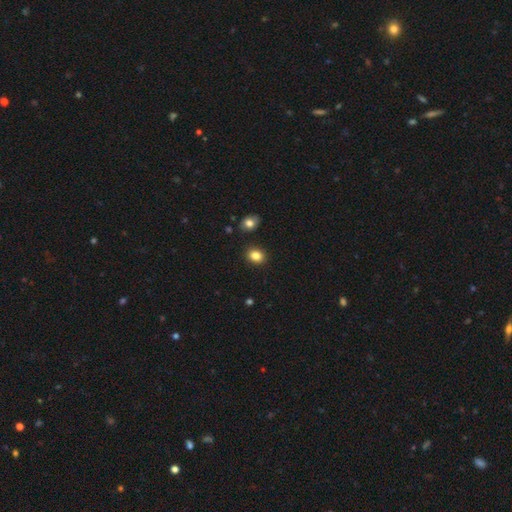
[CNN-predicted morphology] This is clearly a smooth galaxy (84%). How rounded: possibly in between (56%). Merging: clearly none (86%).